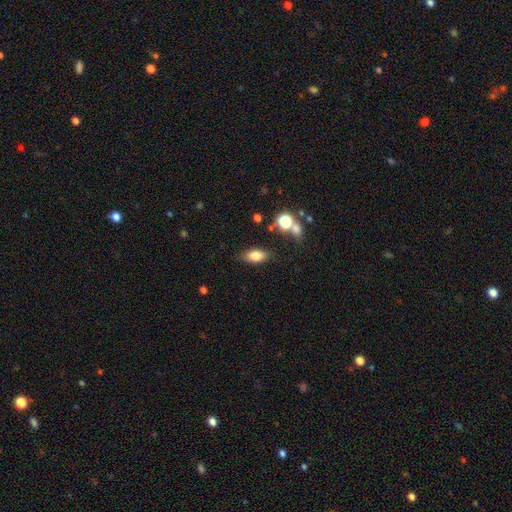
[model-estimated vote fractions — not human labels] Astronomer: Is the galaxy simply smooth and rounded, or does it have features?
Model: smooth — 78%.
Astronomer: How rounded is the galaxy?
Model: in between — 83%.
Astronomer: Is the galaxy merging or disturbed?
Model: none — 79%.